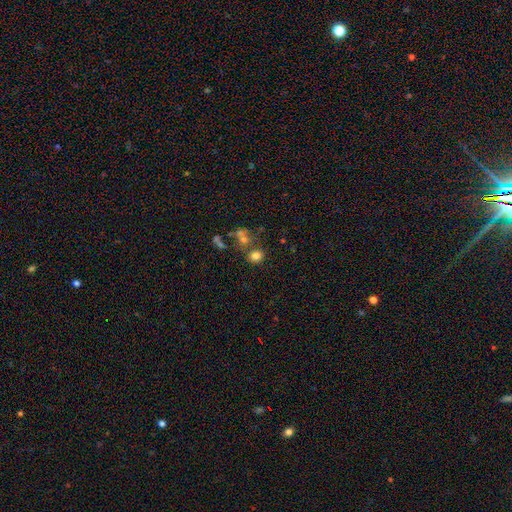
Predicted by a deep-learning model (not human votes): smooth 76%, star or artifact 15%, featured or disk 9%. Down the decision tree: how rounded — round (67%); merging — none (62%).